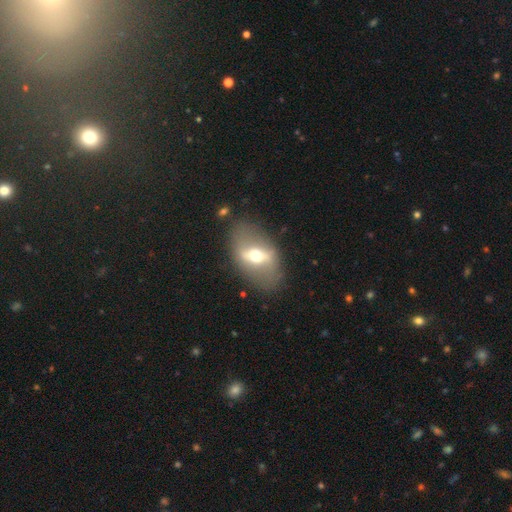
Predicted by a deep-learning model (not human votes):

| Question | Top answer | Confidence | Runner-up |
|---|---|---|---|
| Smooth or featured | featured or disk | 60% | smooth (32%) |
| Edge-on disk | no | 79% | yes (21%) |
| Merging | none | 78% | minor disturbance (13%) |